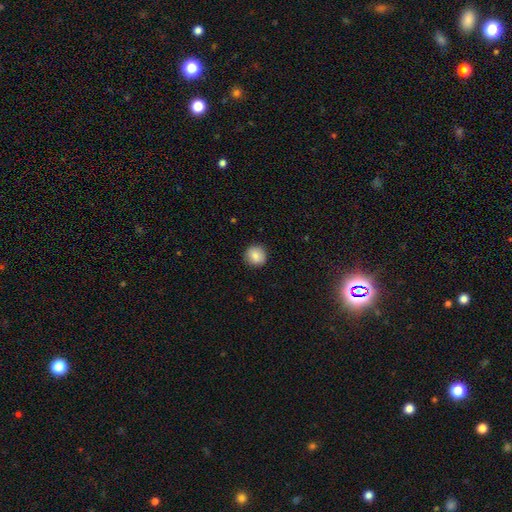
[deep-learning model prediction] This is clearly a smooth galaxy (85%). How rounded: clearly round (93%). Merging: clearly none (91%).